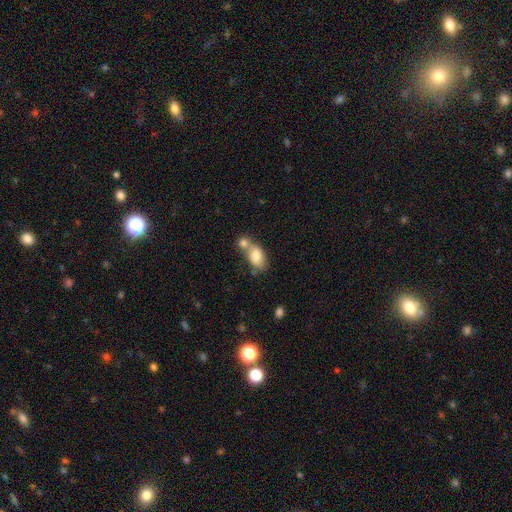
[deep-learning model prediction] This is likely a smooth galaxy (78%). How rounded: clearly in between (85%). Merging: possibly merger (56%).